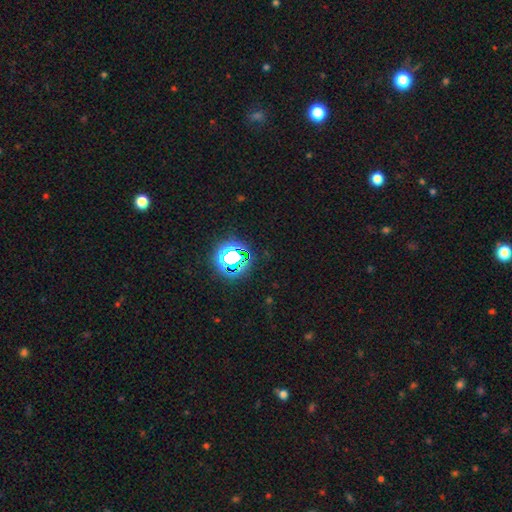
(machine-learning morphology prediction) Smooth or featured? Predicted: star or artifact (p=0.80).